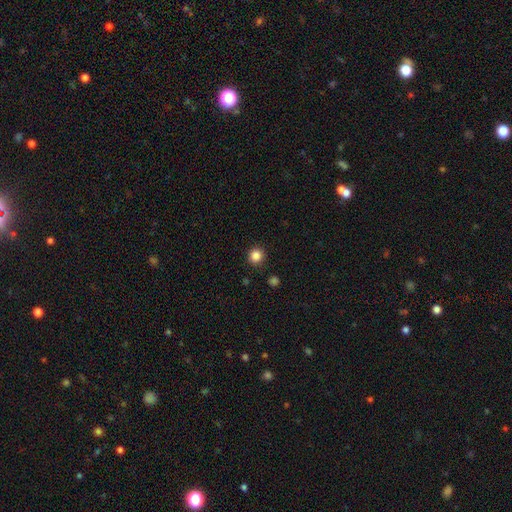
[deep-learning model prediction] Overall: smooth (84%). How rounded: round (93%). Merging: none (91%).